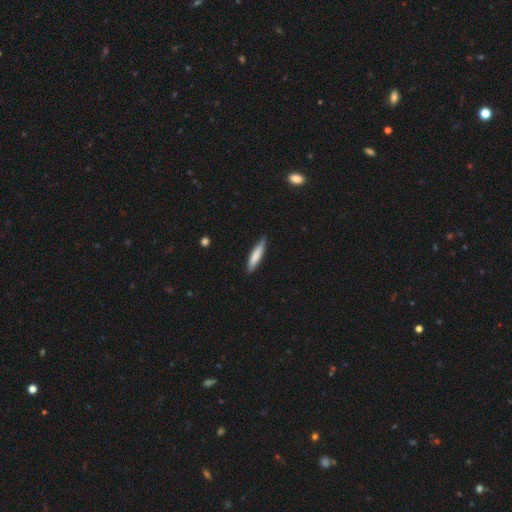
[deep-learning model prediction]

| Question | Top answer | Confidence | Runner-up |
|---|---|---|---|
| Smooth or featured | smooth | 77% | featured or disk (18%) |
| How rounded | cigar-shaped | 83% | in between (16%) |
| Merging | none | 82% | minor disturbance (14%) |